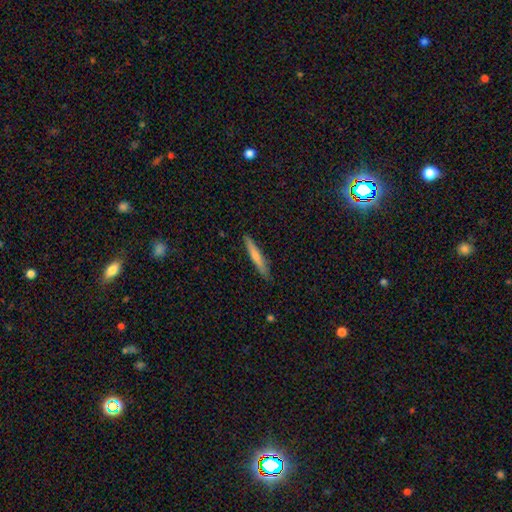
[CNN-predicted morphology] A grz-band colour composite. It shows a smooth galaxy with no disk features (67%) that is cigar-shaped (94%). Merging: none (89%).